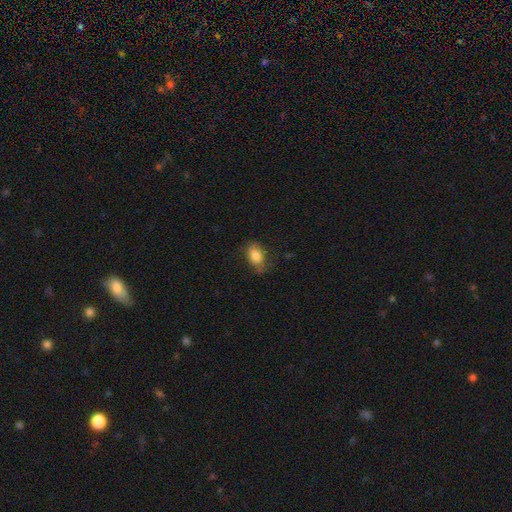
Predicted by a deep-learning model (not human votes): Overall: smooth (79%). How rounded: in between (80%). Merging: none (61%; minor disturbance 27%).